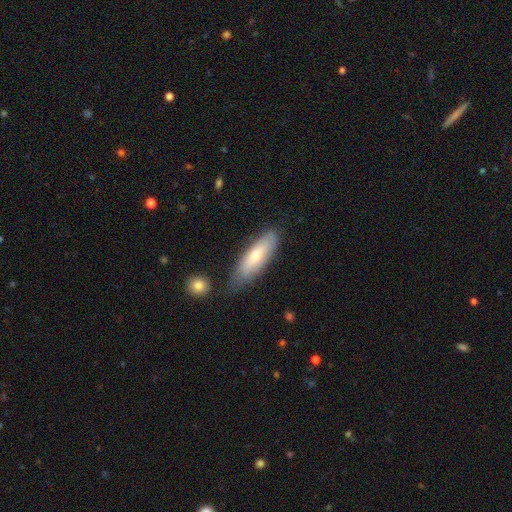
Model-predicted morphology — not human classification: A smooth galaxy with no disk features (66%) that is cigar-shaped (51%).

Vote fractions:
- Smooth or featured? smooth: 66% / featured or disk: 28% / star or artifact: 6%
- How rounded? cigar-shaped: 51% / in between: 47% / round: 2%
- Merging? none: 66% / minor disturbance: 23% / major disturbance: 5% / merger: 5%